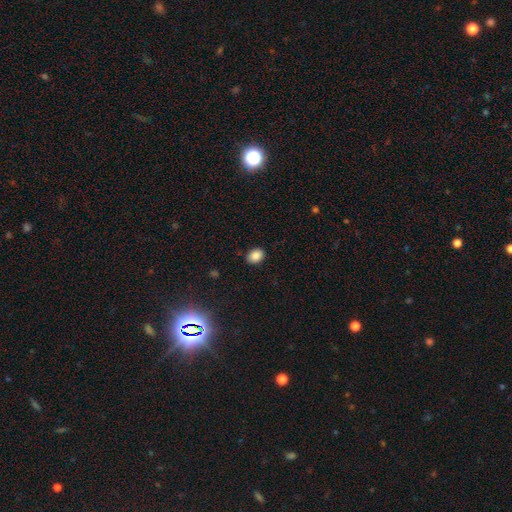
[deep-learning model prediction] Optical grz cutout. It shows a smooth galaxy with no disk features (86%) that is in between round and cigar-shaped (63%). Merging: none (88%).